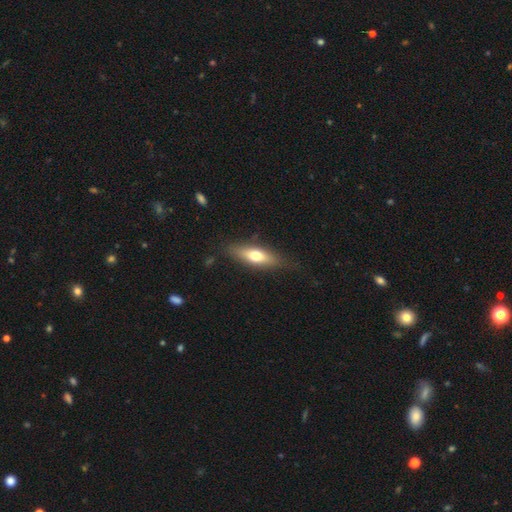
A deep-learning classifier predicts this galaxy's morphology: Smooth or featured? Predicted: smooth (p=0.60). How rounded? Predicted: in between (p=0.50). Merging? Predicted: none (p=0.79).